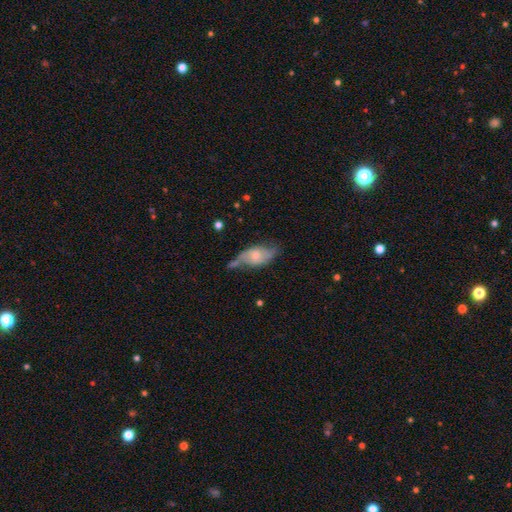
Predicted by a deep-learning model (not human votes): smooth-or-featured: featured or disk: 59% | smooth: 35% | star or artifact: 7%
  disk-edge-on: no: 90% | yes: 10%
    bar: no: 67% | weak: 28% | strong: 5%
    has-spiral-arms: yes: 80% | no: 20%
    bulge-size: small: 44% | moderate: 39% | none: 9% | large: 6% | dominant: 2%
  merging: none: 43% | minor disturbance: 30% | major disturbance: 17% | merger: 9%